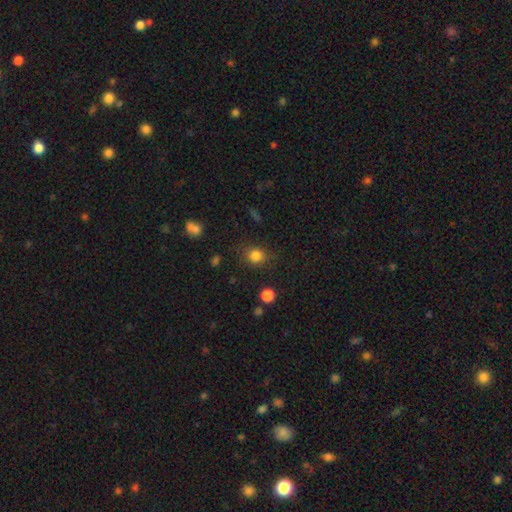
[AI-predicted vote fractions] Smooth or featured: smooth — 82% (star or artifact — 12%)
How rounded: round — 76% (in between — 23%)
Merging: none — 81% (minor disturbance — 13%)